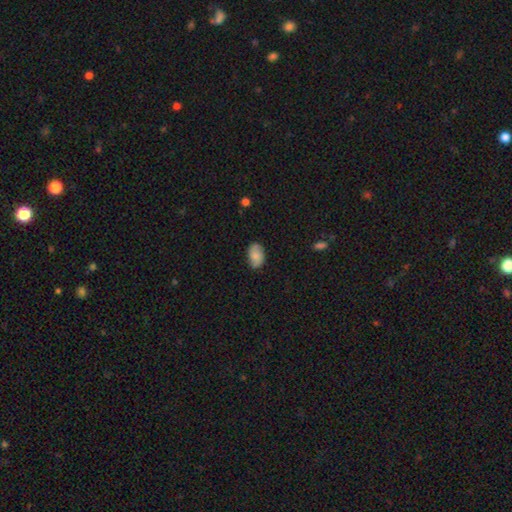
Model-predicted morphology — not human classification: smooth_or_featured: smooth (p=0.78) [alt: featured or disk p=0.15]
how_rounded: in between (p=0.90) [alt: round p=0.09]
merging: none (p=0.79) [alt: minor disturbance p=0.17]